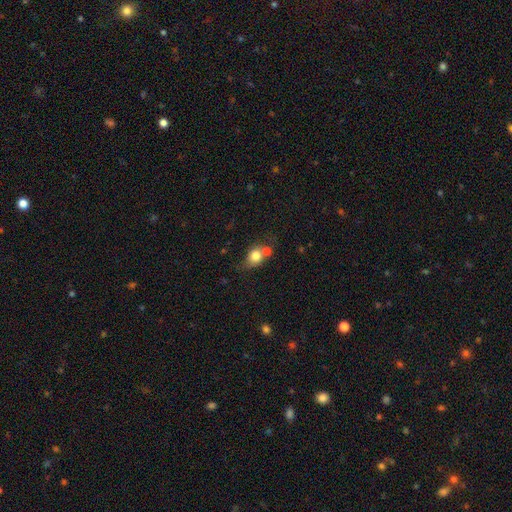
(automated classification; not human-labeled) smooth_or_featured: smooth (p=0.78) [alt: featured or disk p=0.13]
how_rounded: round (p=0.56) [alt: in between p=0.43]
merging: none (p=0.39) [alt: merger p=0.37]